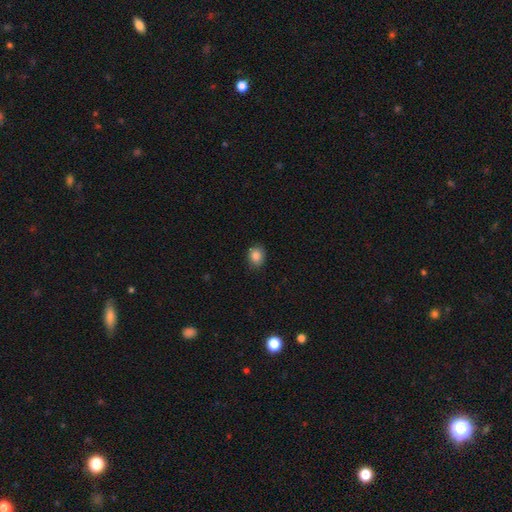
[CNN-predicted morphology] Overall: smooth (86%). How rounded: round (55%; in between 44%). Merging: none (84%).